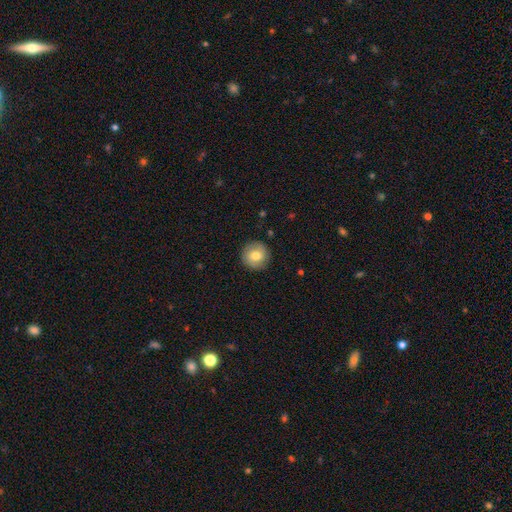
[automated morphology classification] Smooth or featured?
  - smooth: 70% *
  - featured or disk: 21%
  - star or artifact: 8%
How rounded?
  - round: 94% *
  - in between: 5%
  - cigar-shaped: 1%
Merging?
  - none: 89% *
  - minor disturbance: 8%
  - major disturbance: 2%
  - merger: 1%